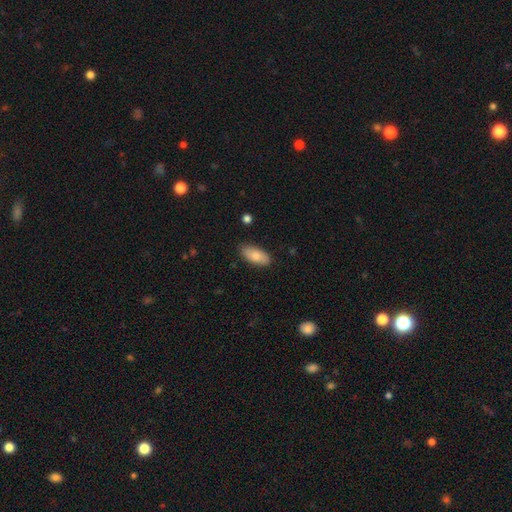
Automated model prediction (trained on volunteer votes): Morphology: type=smooth (81%); roundness=in between (89%); merging=none (85%).